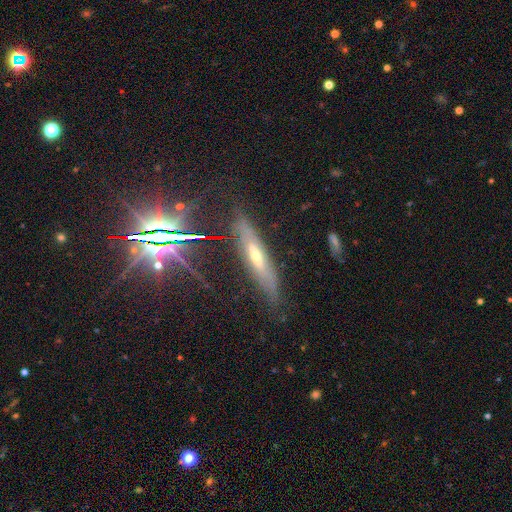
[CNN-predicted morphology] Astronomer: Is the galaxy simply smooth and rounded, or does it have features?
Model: featured or disk — 54%.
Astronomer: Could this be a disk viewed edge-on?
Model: yes — 77%.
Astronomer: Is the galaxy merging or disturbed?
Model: none — 76%.